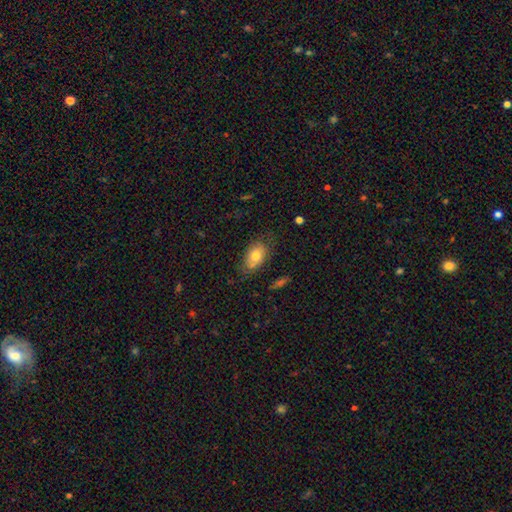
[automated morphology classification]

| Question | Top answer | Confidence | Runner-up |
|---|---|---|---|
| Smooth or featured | smooth | 74% | featured or disk (18%) |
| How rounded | in between | 89% | round (9%) |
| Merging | none | 65% | minor disturbance (25%) |